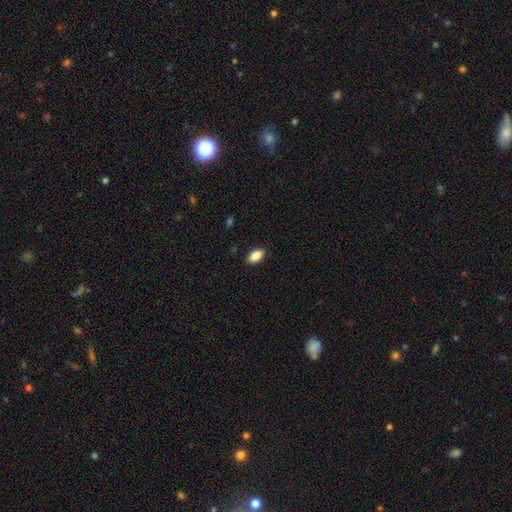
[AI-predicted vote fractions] A smooth galaxy with no disk features (88%) that is in between round and cigar-shaped (91%).

Vote fractions:
- Smooth or featured? smooth: 88% / star or artifact: 7% / featured or disk: 5%
- How rounded? in between: 91% / cigar-shaped: 5% / round: 4%
- Merging? none: 88% / minor disturbance: 9% / major disturbance: 2% / merger: 1%